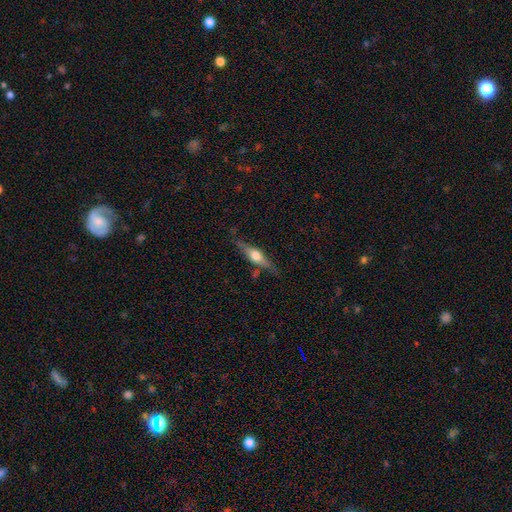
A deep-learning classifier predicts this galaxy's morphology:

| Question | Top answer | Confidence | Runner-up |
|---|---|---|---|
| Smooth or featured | featured or disk | 64% | smooth (30%) |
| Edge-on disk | yes | 95% | no (5%) |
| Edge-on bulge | rounded | 93% | boxy (5%) |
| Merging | none | 78% | minor disturbance (15%) |